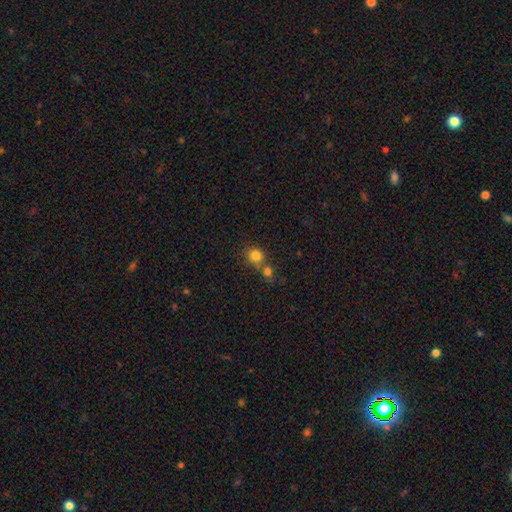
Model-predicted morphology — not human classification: Smooth or featured? Predicted: smooth (p=0.81). How rounded? Predicted: round (p=0.87). Merging? Predicted: none (p=0.51).